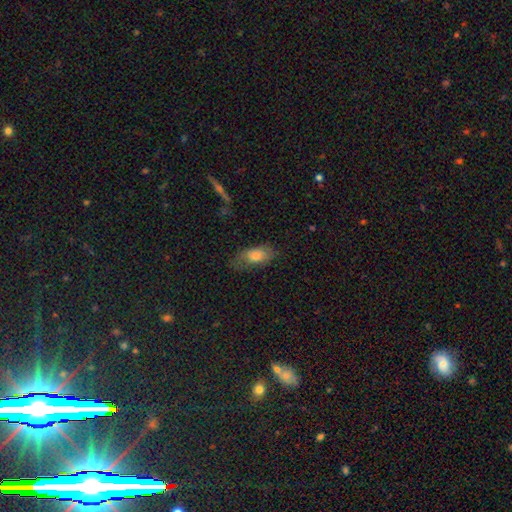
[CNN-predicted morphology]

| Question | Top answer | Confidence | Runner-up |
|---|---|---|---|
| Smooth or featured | smooth | 73% | featured or disk (18%) |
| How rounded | in between | 84% | cigar-shaped (12%) |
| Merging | none | 64% | minor disturbance (25%) |